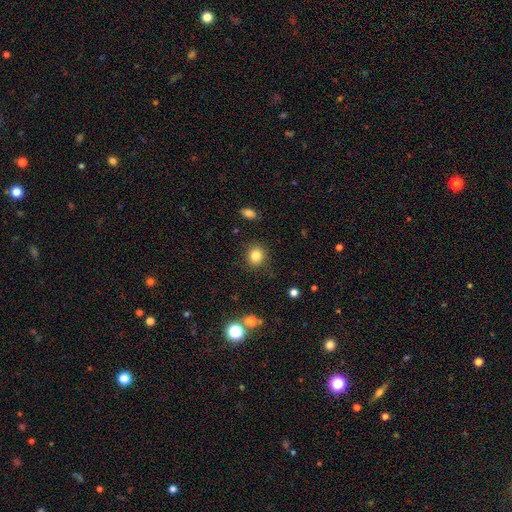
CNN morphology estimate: A smooth galaxy with no disk features (83%) that is round (81%). Merging: none (88%).